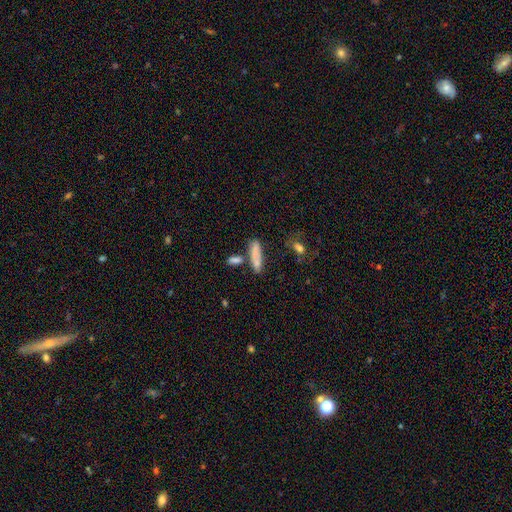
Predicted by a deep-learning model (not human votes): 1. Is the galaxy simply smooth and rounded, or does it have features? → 78% smooth, 13% featured or disk, 9% star or artifact.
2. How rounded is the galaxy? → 69% cigar-shaped, 28% in between, 3% round.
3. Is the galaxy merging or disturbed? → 60% none, 19% merger, 15% minor disturbance, 6% major disturbance.